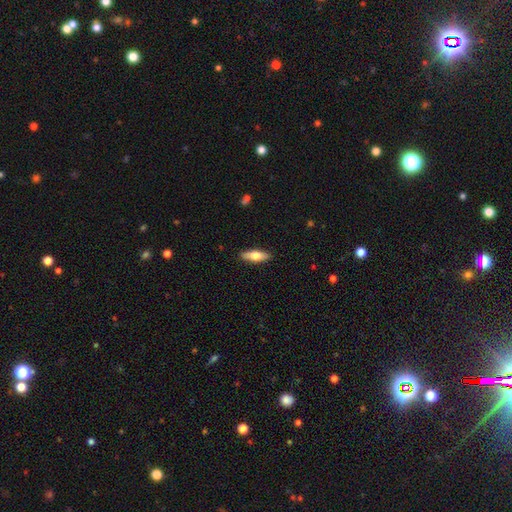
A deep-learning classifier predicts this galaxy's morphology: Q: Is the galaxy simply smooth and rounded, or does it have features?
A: smooth — 66%.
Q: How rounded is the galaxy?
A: in between — 54%.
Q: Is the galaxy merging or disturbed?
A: none — 89%.